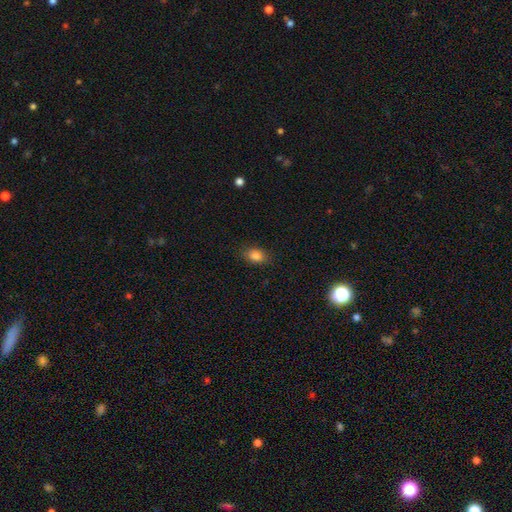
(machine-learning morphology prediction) Q: Smooth or featured?
A: smooth (85%); runner-up: star or artifact (10%)
Q: How rounded?
A: in between (80%); runner-up: round (18%)
Q: Merging?
A: none (85%); runner-up: minor disturbance (11%)